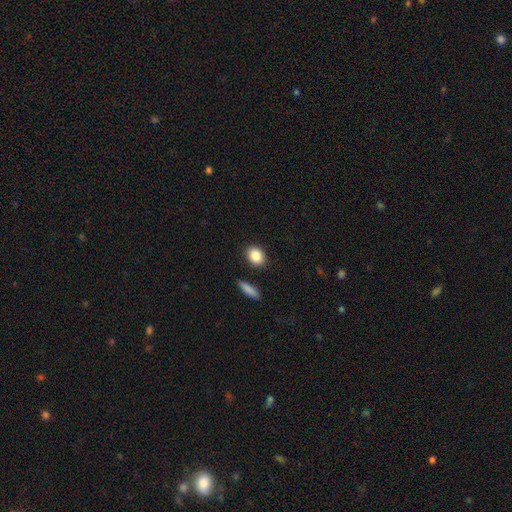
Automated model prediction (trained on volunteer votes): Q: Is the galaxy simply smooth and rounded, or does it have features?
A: smooth — 87%.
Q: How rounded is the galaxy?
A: in between — 59%.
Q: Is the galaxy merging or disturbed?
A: none — 87%.